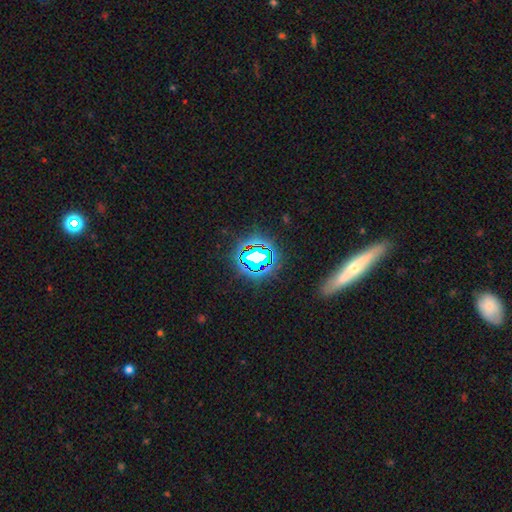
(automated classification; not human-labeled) The model was most divided on "smooth or featured": star or artifact: 48%, featured or disk: 26%, smooth: 26%.